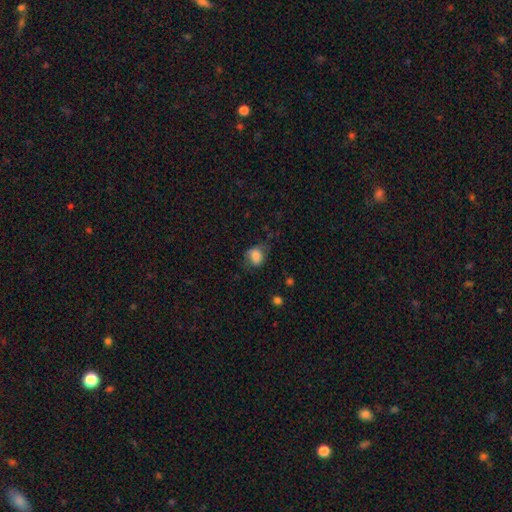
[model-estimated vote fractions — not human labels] Smooth or featured?
  - smooth: 76% *
  - featured or disk: 15%
  - star or artifact: 9%
How rounded?
  - in between: 51% *
  - round: 47%
  - cigar-shaped: 1%
Merging?
  - none: 54% *
  - minor disturbance: 29%
  - major disturbance: 15%
  - merger: 2%